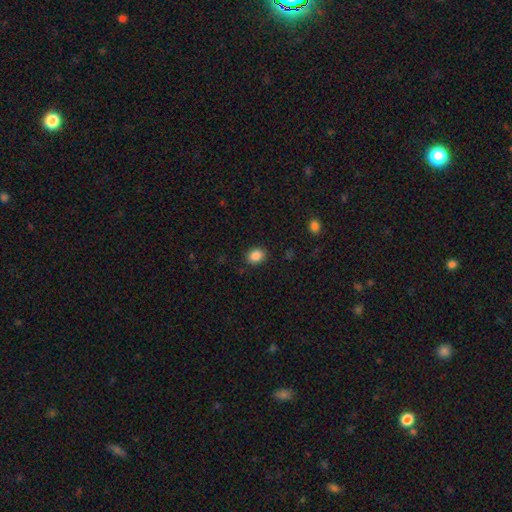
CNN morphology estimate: This appears to be a smooth galaxy with no disk features (87%) that is in between round and cigar-shaped (50%). Merging: none (88%).